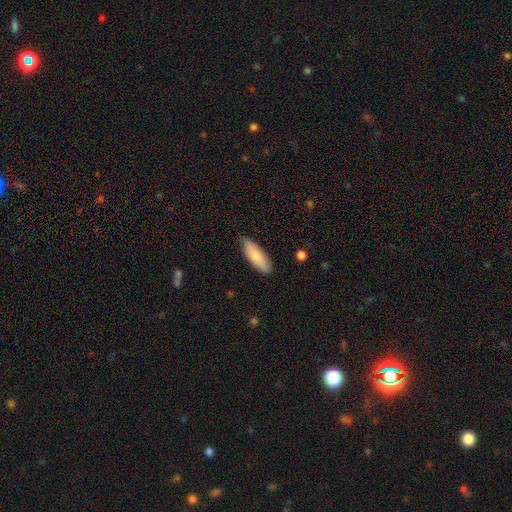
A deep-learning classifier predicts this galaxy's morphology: Smooth or featured? Predicted: smooth (p=0.83). How rounded? Predicted: in between (p=0.63). Merging? Predicted: none (p=0.83).